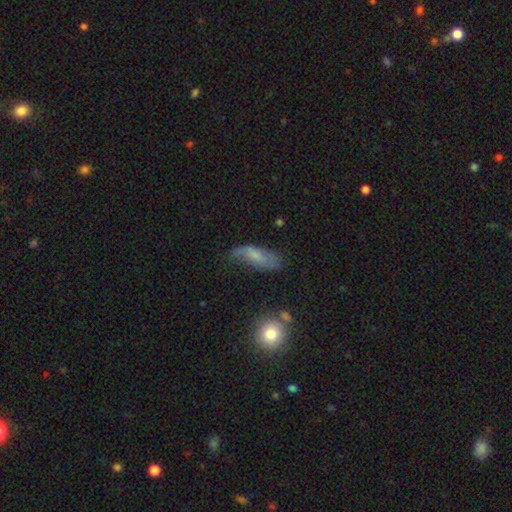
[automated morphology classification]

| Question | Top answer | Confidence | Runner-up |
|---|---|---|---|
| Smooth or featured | smooth | 58% | featured or disk (33%) |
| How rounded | in between | 67% | cigar-shaped (29%) |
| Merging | none | 49% | minor disturbance (33%) |